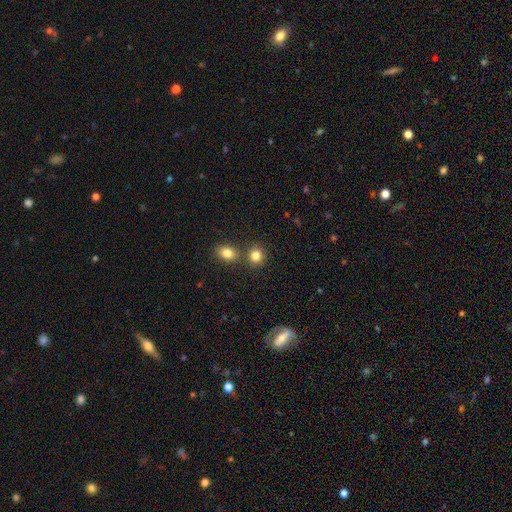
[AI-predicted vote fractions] Smooth or featured: smooth — 82% (star or artifact — 11%)
How rounded: round — 76% (in between — 23%)
Merging: none — 68% (merger — 21%)